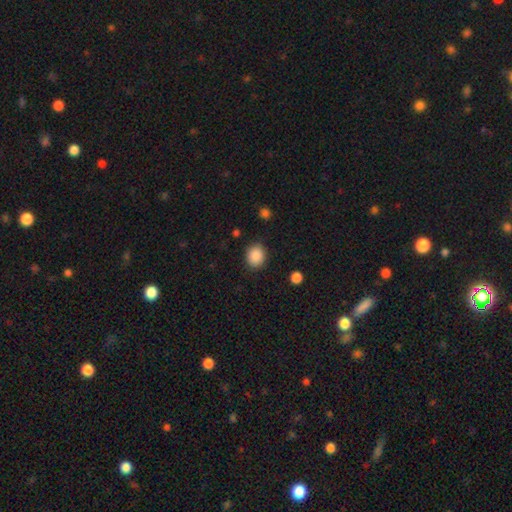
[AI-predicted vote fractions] The model was most divided on "how rounded": round: 68%, in between: 31%, cigar-shaped: 1%. More confident: smooth or featured — smooth (88%); merging — none (87%).